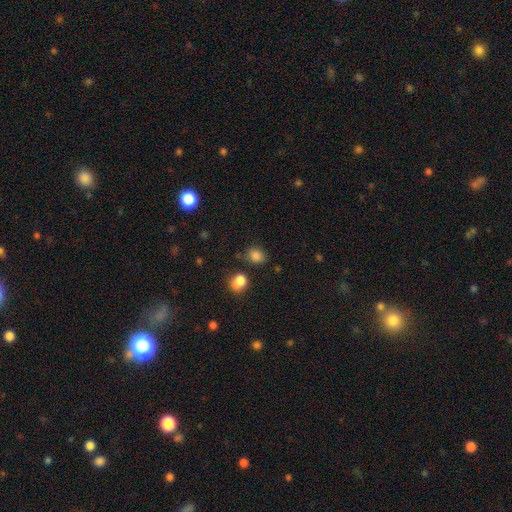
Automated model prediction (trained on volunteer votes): smooth_or_featured: smooth (p=0.84) [alt: star or artifact p=0.12]
how_rounded: round (p=0.50) [alt: in between p=0.49]
merging: none (p=0.75) [alt: minor disturbance p=0.15]